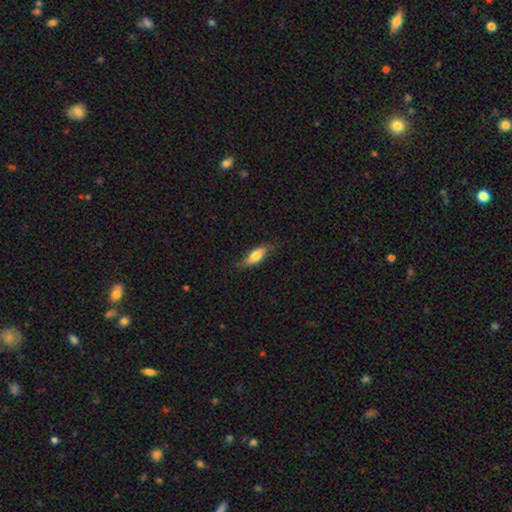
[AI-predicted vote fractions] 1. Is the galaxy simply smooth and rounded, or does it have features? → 65% smooth, 29% featured or disk, 6% star or artifact.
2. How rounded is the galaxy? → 66% in between, 31% cigar-shaped, 3% round.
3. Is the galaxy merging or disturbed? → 73% none, 21% minor disturbance, 5% major disturbance, 1% merger.